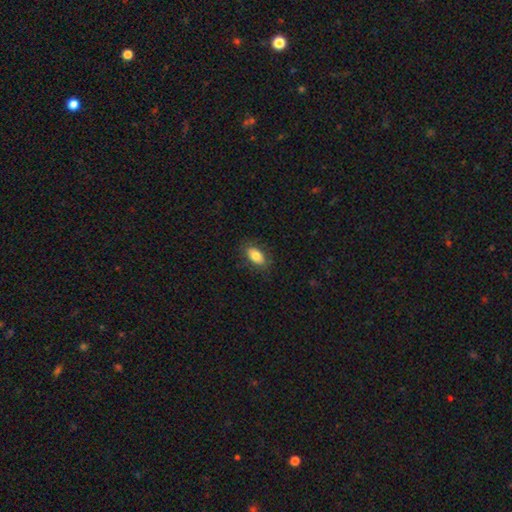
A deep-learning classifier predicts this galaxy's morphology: The model was most divided on "smooth or featured": smooth: 81%, featured or disk: 12%, star or artifact: 7%. More confident: how rounded — in between (91%); merging — none (84%).